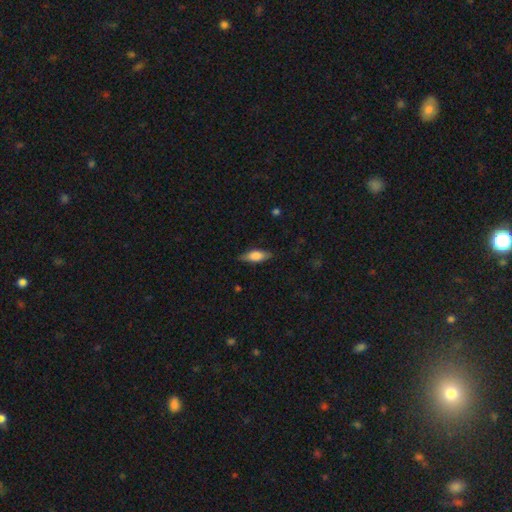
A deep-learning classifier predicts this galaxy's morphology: smooth 72%, featured or disk 21%, star or artifact 6%. Down the decision tree: how rounded — in between (67%); merging — none (81%).